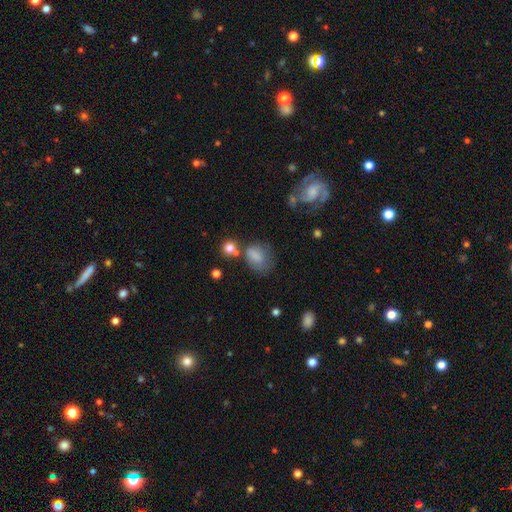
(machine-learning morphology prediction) This appears to be a smooth galaxy with no disk features (74%) that is in between round and cigar-shaped (69%). Merging: none (41%).